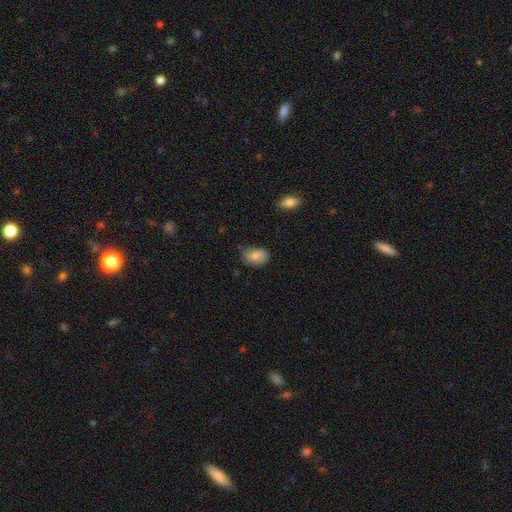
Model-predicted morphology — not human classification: This is clearly a smooth galaxy (80%). How rounded: clearly in between (82%). Merging: likely none (61%).